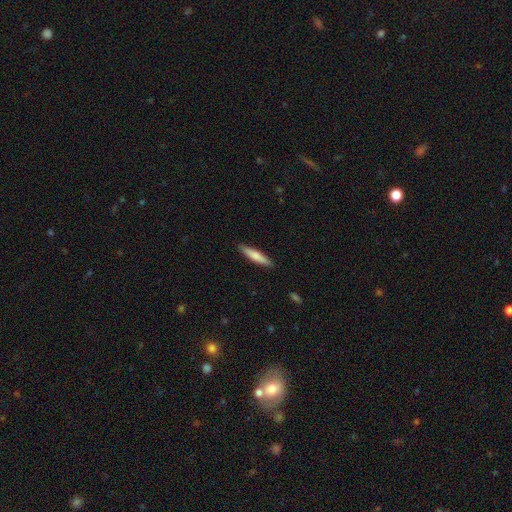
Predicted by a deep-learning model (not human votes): Smooth or featured? Predicted: smooth (p=0.71). How rounded? Predicted: cigar-shaped (p=0.86). Merging? Predicted: none (p=0.89).